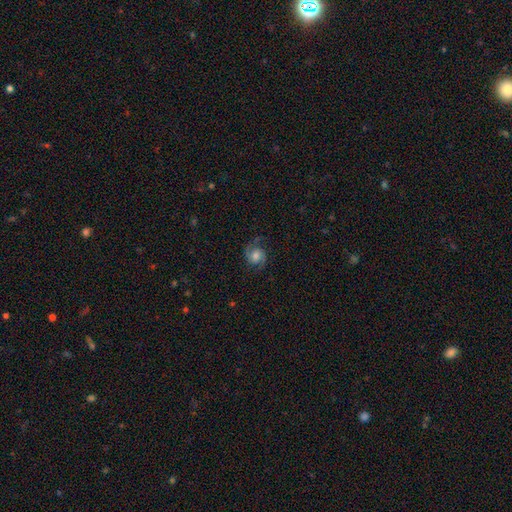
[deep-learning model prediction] Morphology: type=featured or disk (83%); edge-on=no (98%); bar=no (67%); spiral arms=yes (97%); winding=medium (54%); arm count=2 (93%); bulge=moderate (56%); merging=none (79%).